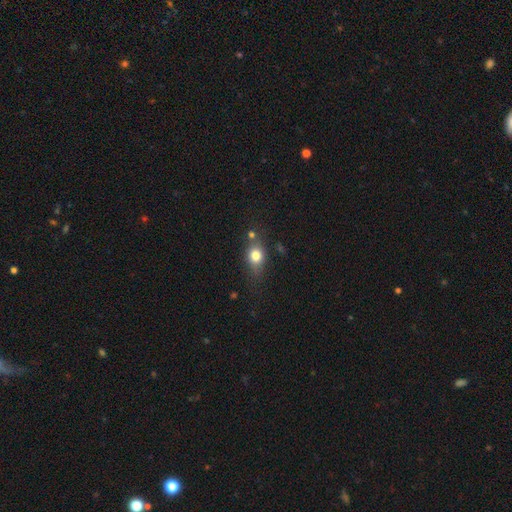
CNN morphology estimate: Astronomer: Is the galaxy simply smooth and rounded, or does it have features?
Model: smooth — 76%.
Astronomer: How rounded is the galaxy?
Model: in between — 55% (runner-up: round, 41%).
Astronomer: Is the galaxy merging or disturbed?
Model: none — 62%.